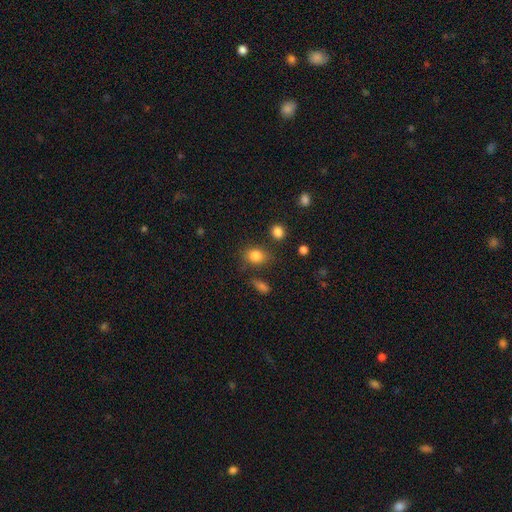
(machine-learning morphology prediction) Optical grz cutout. It shows a smooth galaxy with no disk features (83%) that is in between round and cigar-shaped (59%). Merging: none (74%).